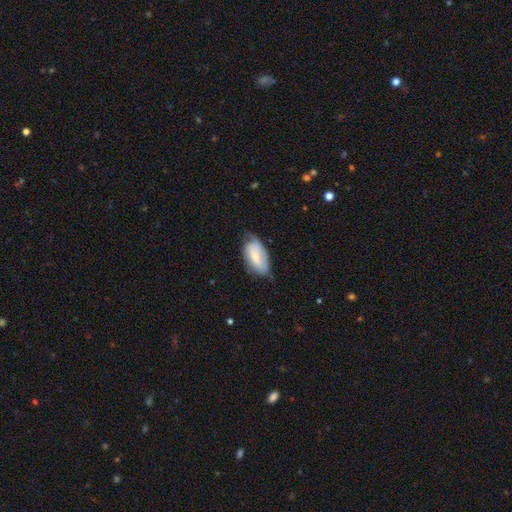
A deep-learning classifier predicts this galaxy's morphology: Smooth or featured? Predicted: smooth (p=0.59). How rounded? Predicted: in between (p=0.93). Merging? Predicted: none (p=0.48).